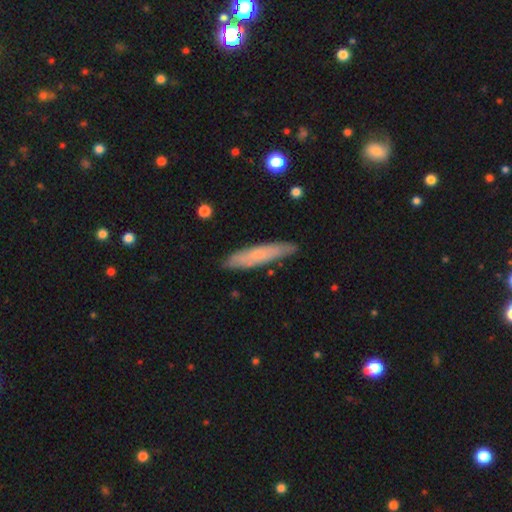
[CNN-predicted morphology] smooth 59%, featured or disk 35%, star or artifact 6%. Down the decision tree: how rounded — cigar-shaped (85%); merging — none (83%).